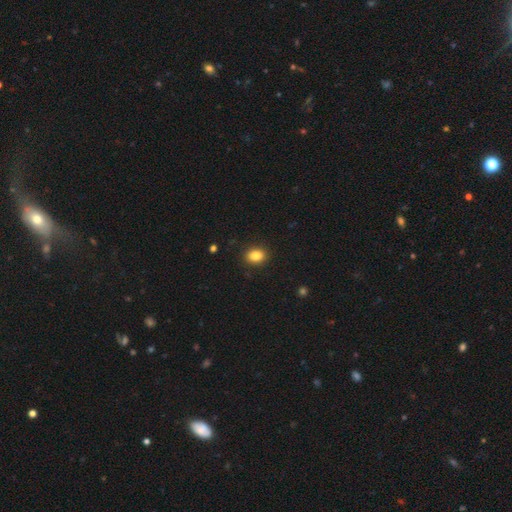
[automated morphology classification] type=smooth (85%); roundness=in between (58%); merging=none (90%).